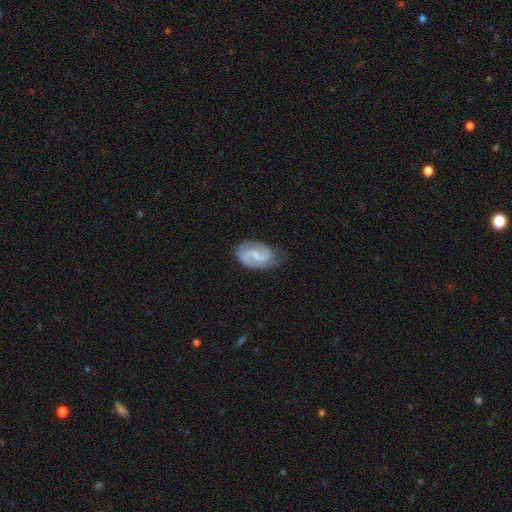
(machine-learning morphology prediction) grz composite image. It shows a featured or disk galaxy (86%) with a weak bar (54%), 2 (92%) medium (54%) spiral arms (97%) and a small central bulge (52%). Merging: none (78%).